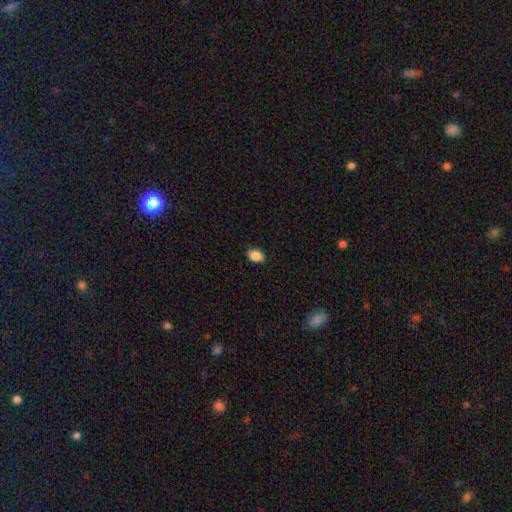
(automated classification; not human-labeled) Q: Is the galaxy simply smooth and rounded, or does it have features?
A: smooth — 88%.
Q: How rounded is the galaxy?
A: in between — 68%.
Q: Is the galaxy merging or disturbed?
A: none — 86%.